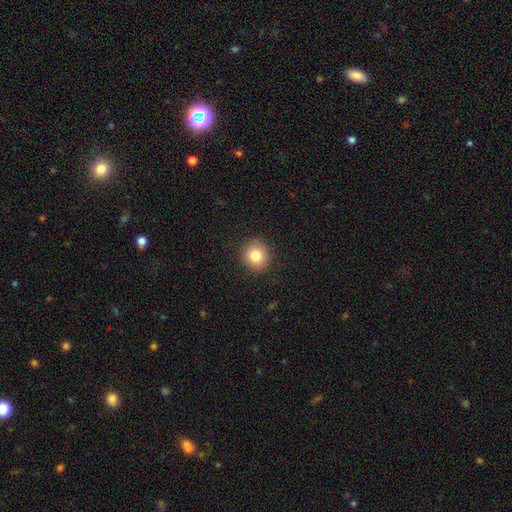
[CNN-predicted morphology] A smooth galaxy with no disk features (82%) that is round (92%).

Vote fractions:
- Smooth or featured? smooth: 82% / star or artifact: 10% / featured or disk: 8%
- How rounded? round: 92% / in between: 7% / cigar-shaped: 1%
- Merging? none: 91% / minor disturbance: 6% / major disturbance: 2% / merger: 1%